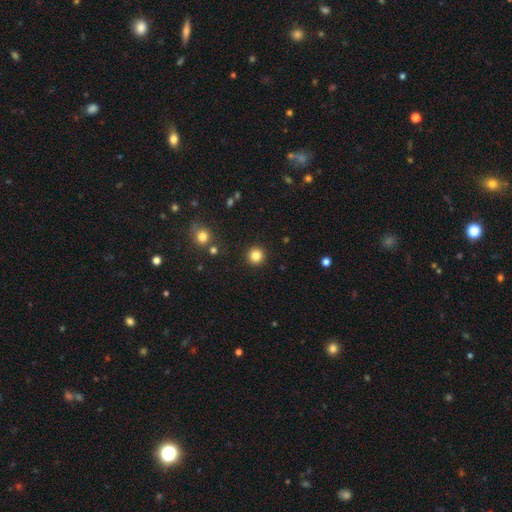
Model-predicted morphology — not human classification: Smooth or featured?
  - smooth: 84% *
  - star or artifact: 11%
  - featured or disk: 4%
How rounded?
  - round: 95% *
  - in between: 4%
  - cigar-shaped: 1%
Merging?
  - none: 92% *
  - minor disturbance: 4%
  - major disturbance: 2%
  - merger: 1%